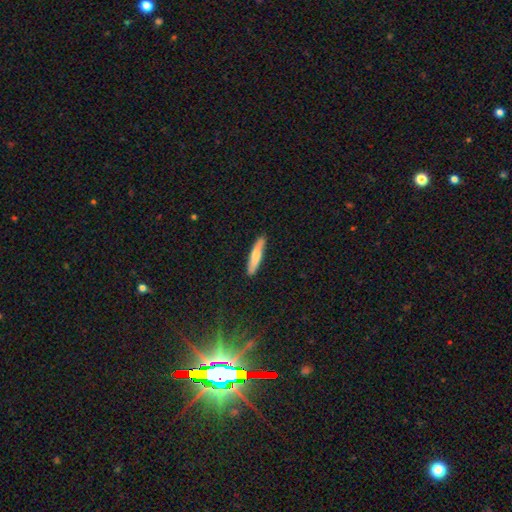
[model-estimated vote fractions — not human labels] Smooth or featured? Predicted: smooth (p=0.74). How rounded? Predicted: cigar-shaped (p=0.90). Merging? Predicted: none (p=0.88).